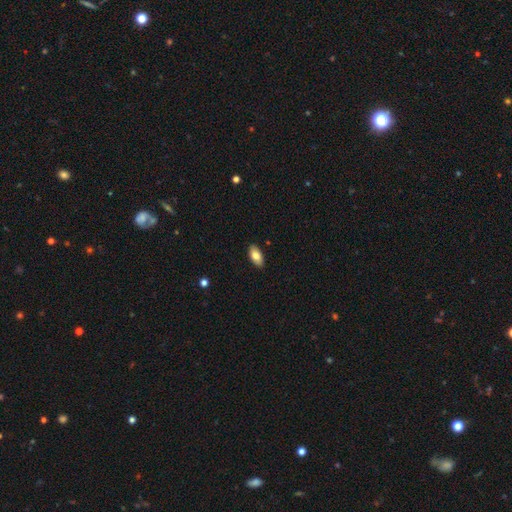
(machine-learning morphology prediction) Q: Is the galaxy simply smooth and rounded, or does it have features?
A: smooth — 81%.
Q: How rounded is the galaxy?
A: in between — 92%.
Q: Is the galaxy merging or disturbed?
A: none — 89%.